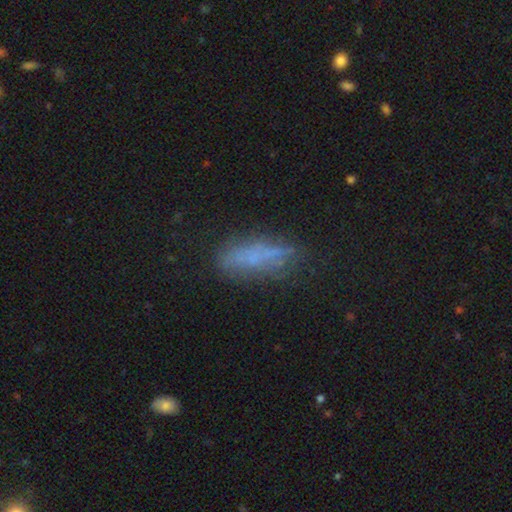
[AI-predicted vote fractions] Morphology: type=smooth (50%); roundness=cigar-shaped (53%); merging=none (63%).